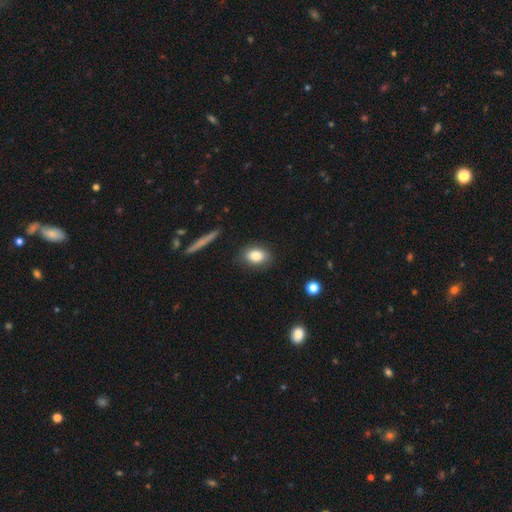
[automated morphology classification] type=smooth (84%); roundness=in between (79%); merging=none (83%).